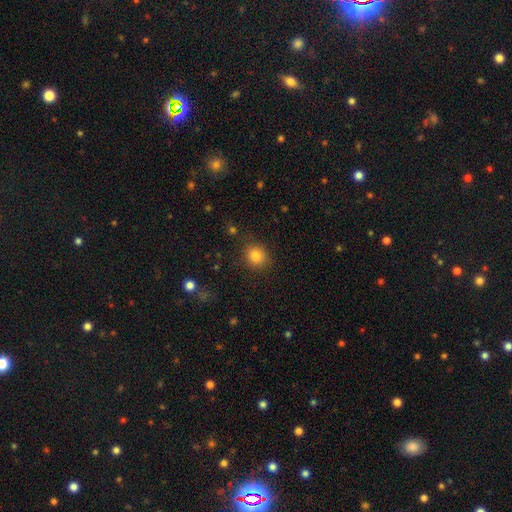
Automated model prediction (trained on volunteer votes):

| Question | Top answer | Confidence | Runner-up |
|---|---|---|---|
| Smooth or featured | smooth | 84% | star or artifact (11%) |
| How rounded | round | 78% | in between (21%) |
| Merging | none | 84% | minor disturbance (11%) |